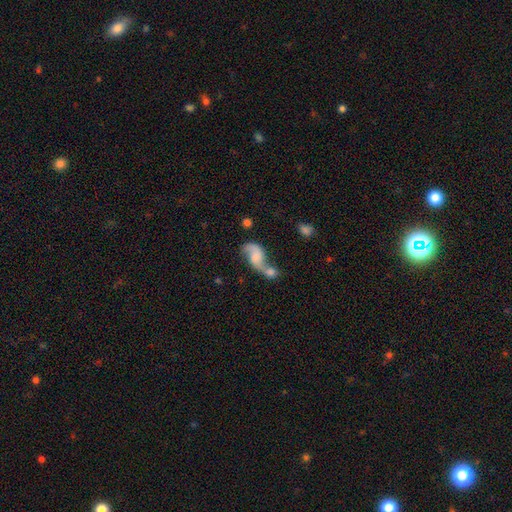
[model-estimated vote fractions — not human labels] A featured or disk galaxy (67%) with no bar (62%), 2 (85%) loose (77%) spiral arms (87%) and no central bulge (42%). Merging: merger (62%).